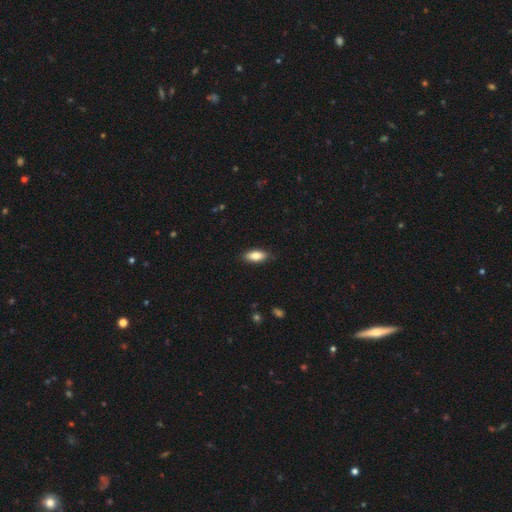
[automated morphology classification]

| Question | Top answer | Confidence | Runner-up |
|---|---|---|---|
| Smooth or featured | smooth | 80% | featured or disk (13%) |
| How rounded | in between | 83% | cigar-shaped (15%) |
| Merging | none | 87% | minor disturbance (10%) |